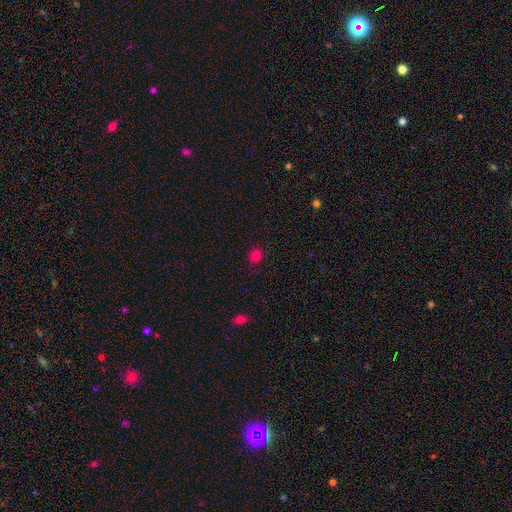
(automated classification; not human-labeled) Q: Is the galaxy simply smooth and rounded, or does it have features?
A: smooth — 80%.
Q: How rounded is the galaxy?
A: round — 87%.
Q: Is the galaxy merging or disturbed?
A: none — 88%.